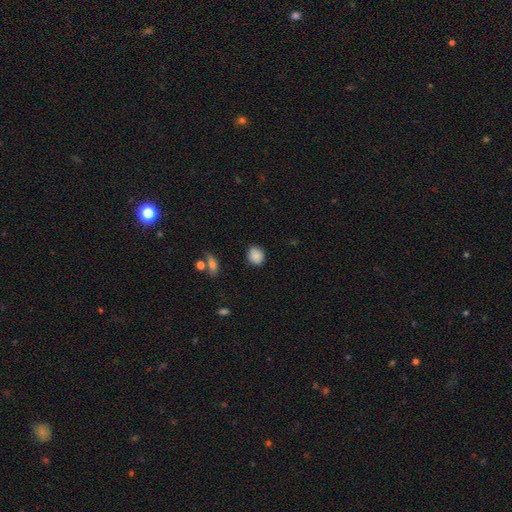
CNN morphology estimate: A smooth galaxy with no disk features (87%) that is round (71%). Merging: none (86%).